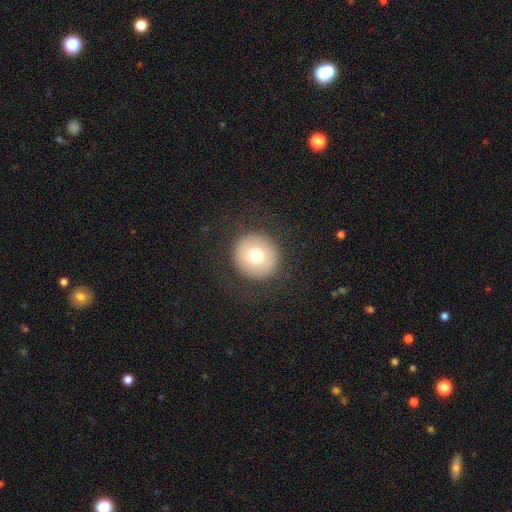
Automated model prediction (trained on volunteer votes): Smooth or featured? smooth (70%)
How rounded? round (94%)
Merging? none (87%)